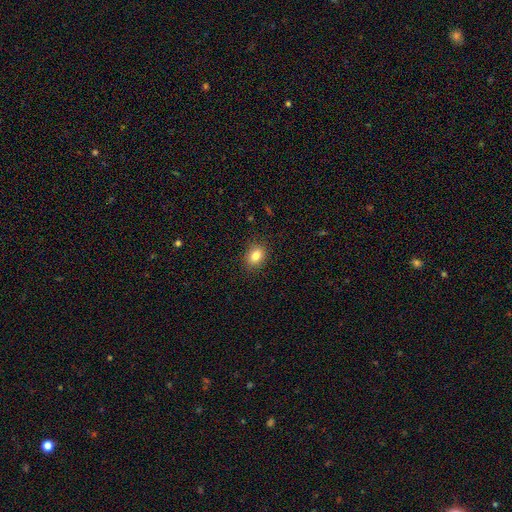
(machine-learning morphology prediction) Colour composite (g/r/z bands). It shows a smooth galaxy with no disk features (84%) that is in between round and cigar-shaped (68%). Merging: none (88%).